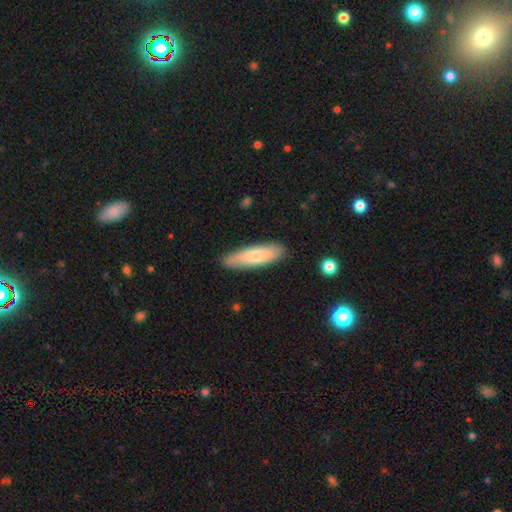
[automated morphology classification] smooth-or-featured: smooth: 71% | featured or disk: 23% | star or artifact: 5%
  how-rounded: cigar-shaped: 59% | in between: 39% | round: 2%
  merging: none: 86% | minor disturbance: 11% | major disturbance: 2% | merger: 1%